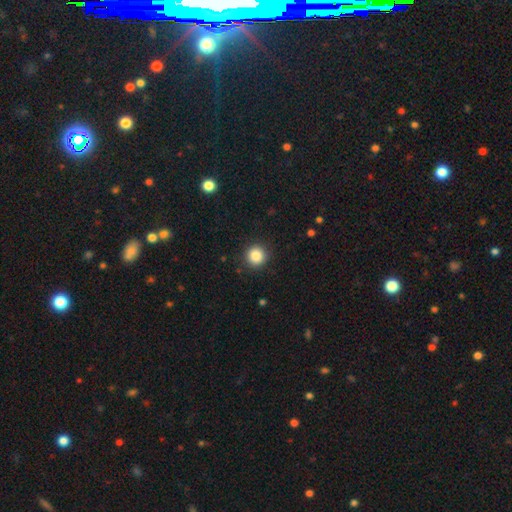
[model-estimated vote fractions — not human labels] Smooth or featured?
  - smooth: 86% *
  - star or artifact: 10%
  - featured or disk: 4%
How rounded?
  - round: 93% *
  - in between: 6%
  - cigar-shaped: 1%
Merging?
  - none: 89% *
  - minor disturbance: 7%
  - major disturbance: 2%
  - merger: 1%